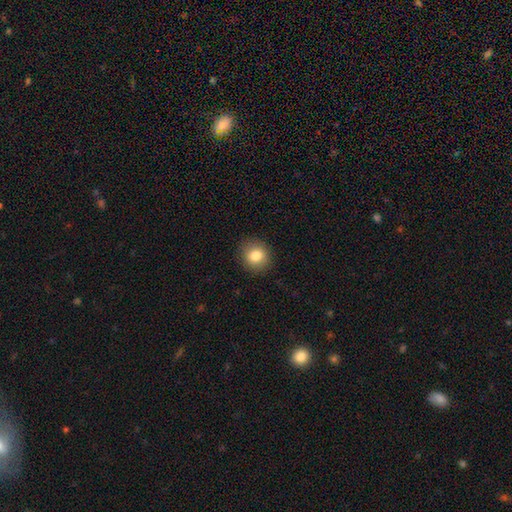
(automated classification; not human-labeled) A smooth galaxy with no disk features (83%) that is round (83%).

Vote fractions:
- Smooth or featured? smooth: 83% / star or artifact: 9% / featured or disk: 8%
- How rounded? round: 83% / in between: 16% / cigar-shaped: 1%
- Merging? none: 90% / minor disturbance: 7% / major disturbance: 2% / merger: 1%